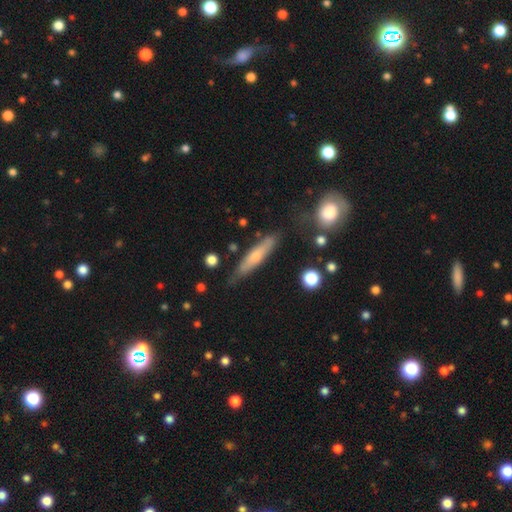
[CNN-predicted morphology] Q: Smooth or featured?
A: smooth (56%); runner-up: featured or disk (38%)
Q: How rounded?
A: cigar-shaped (84%); runner-up: in between (14%)
Q: Merging?
A: none (73%); runner-up: minor disturbance (18%)